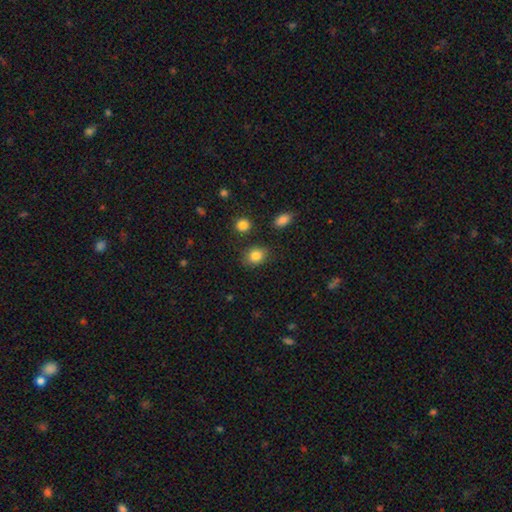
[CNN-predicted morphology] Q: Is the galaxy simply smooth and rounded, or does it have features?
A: smooth — 84%.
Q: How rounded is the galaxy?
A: round — 50%.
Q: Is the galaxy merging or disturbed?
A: none — 82%.